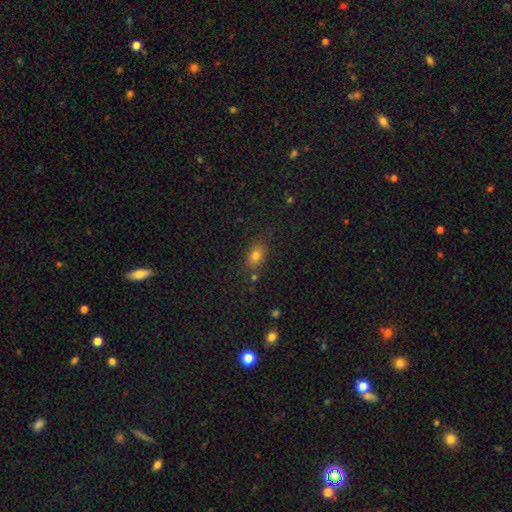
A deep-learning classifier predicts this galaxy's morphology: This is likely a smooth galaxy (76%). How rounded: likely in between (69%). Merging: likely none (78%).